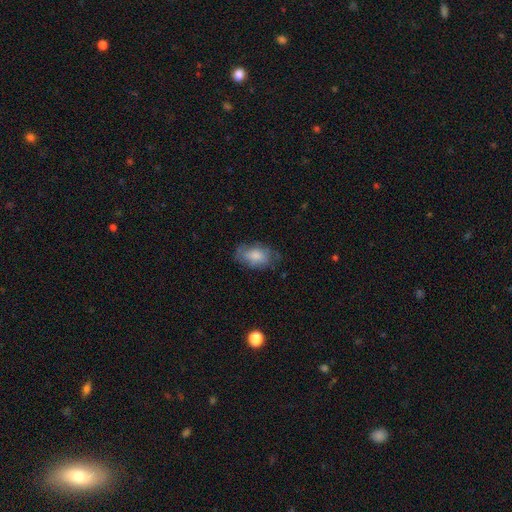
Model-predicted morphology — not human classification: Overall: smooth (73%). How rounded: in between (90%). Merging: none (62%; minor disturbance 26%).